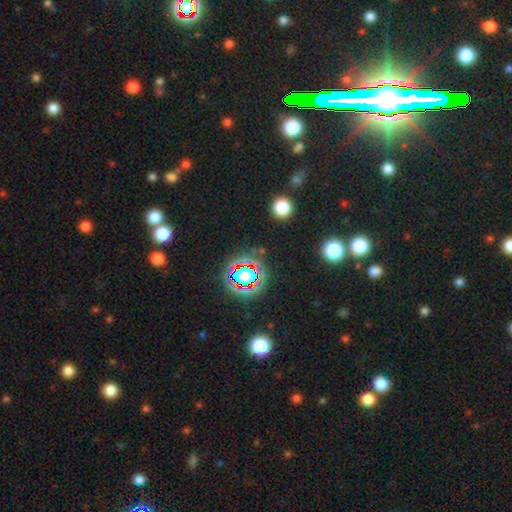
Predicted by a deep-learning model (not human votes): smooth-or-featured: star or artifact: 78% | smooth: 13% | featured or disk: 9%